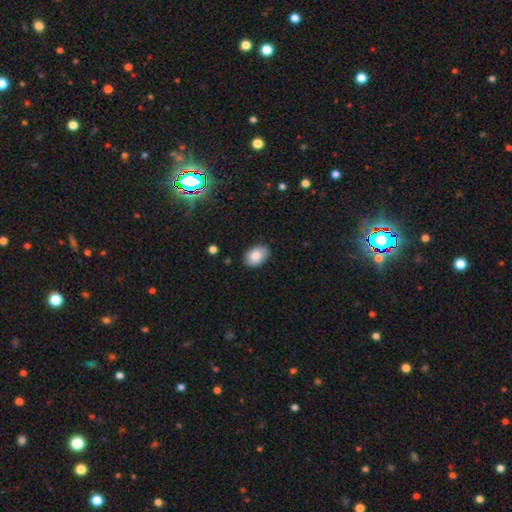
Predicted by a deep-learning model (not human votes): The model was most divided on "how rounded": in between: 85%, round: 14%, cigar-shaped: 1%. More confident: smooth or featured — smooth (85%); merging — none (85%).